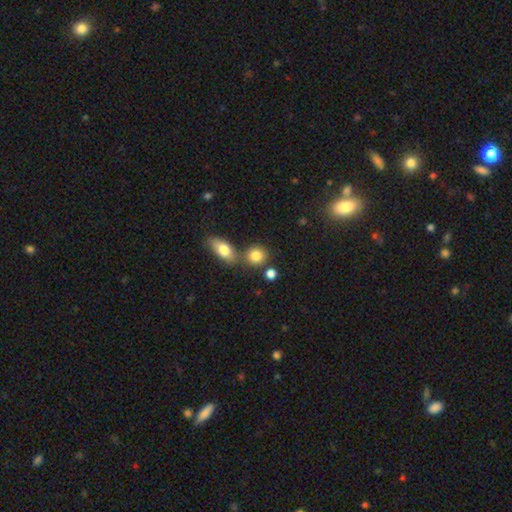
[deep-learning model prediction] smooth 83%, star or artifact 10%, featured or disk 8%. Down the decision tree: how rounded — round (75%); merging — none (63%).